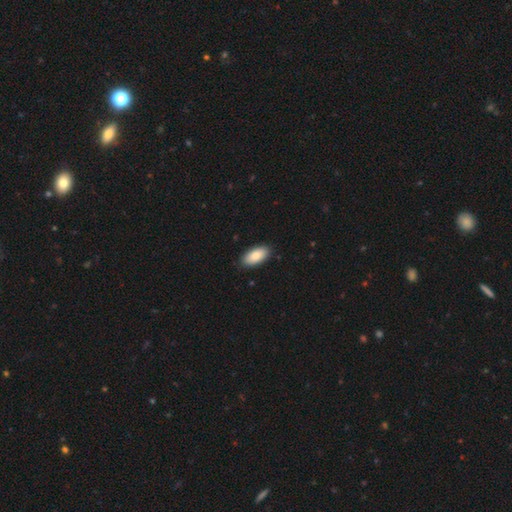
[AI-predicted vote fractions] Smooth or featured? smooth (86%)
How rounded? in between (93%)
Merging? none (88%)